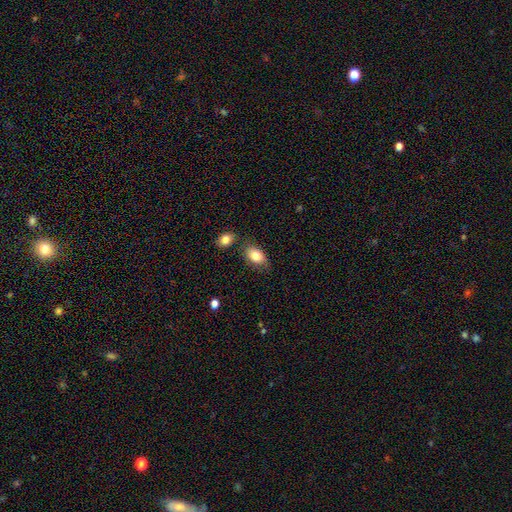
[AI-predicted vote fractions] Smooth or featured: smooth — 83% (featured or disk — 10%)
How rounded: in between — 89% (round — 9%)
Merging: none — 72% (minor disturbance — 16%)